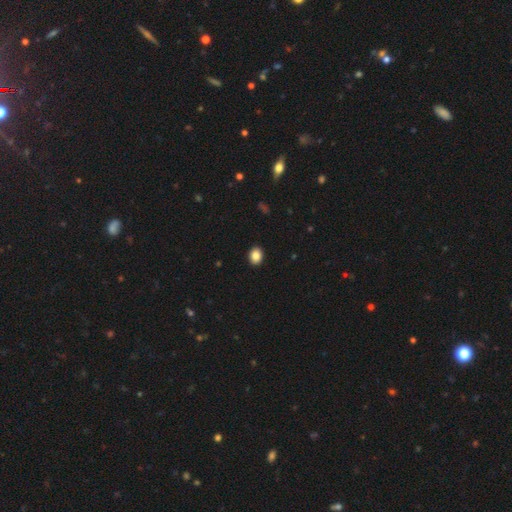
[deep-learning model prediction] This appears to be a smooth galaxy with no disk features (87%) that is in between round and cigar-shaped (59%). Merging: none (92%).